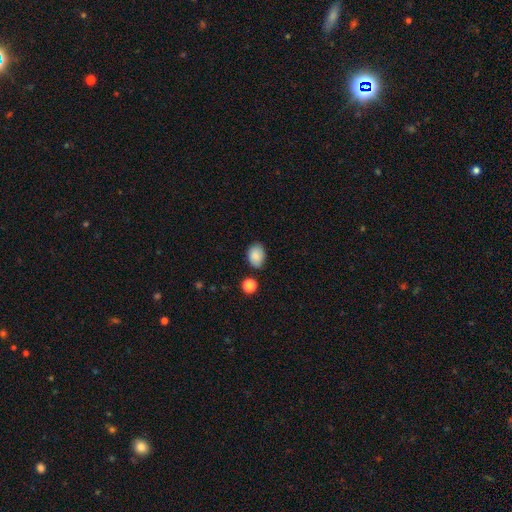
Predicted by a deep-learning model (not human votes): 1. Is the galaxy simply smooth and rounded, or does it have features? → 85% smooth, 8% star or artifact, 7% featured or disk.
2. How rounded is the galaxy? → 78% in between, 21% round, 1% cigar-shaped.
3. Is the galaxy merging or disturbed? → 77% none, 16% minor disturbance, 4% merger, 4% major disturbance.